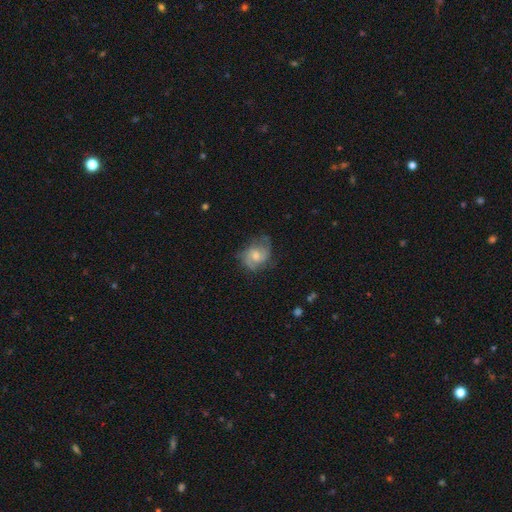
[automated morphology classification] Smooth or featured?
  - featured or disk: 63% *
  - smooth: 29%
  - star or artifact: 7%
Edge-on disk?
  - no: 97% *
  - yes: 3%
Bar?
  - no: 62% *
  - weak: 33%
  - strong: 5%
Spiral arms?
  - yes: 88% *
  - no: 12%
Spiral winding?
  - medium: 47% *
  - tight: 33%
  - loose: 20%
Spiral arm count?
  - 2: 61% *
  - can't tell: 19%
  - 3: 11%
  - 1: 5%
  - 4: 2%
  - more than 4: 2%
Bulge size?
  - moderate: 54% *
  - small: 35%
  - large: 5%
  - none: 4%
  - dominant: 1%
Merging?
  - none: 59% *
  - minor disturbance: 26%
  - major disturbance: 13%
  - merger: 1%